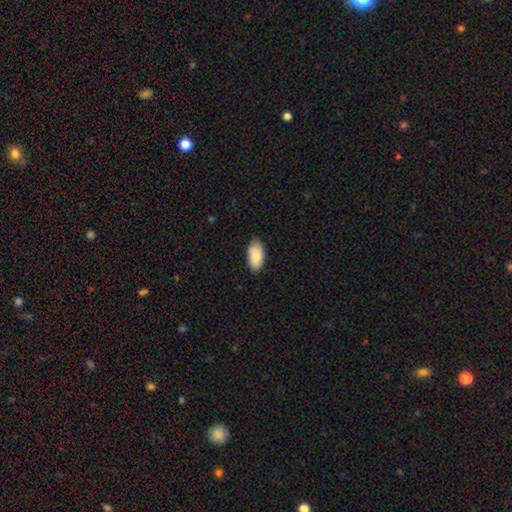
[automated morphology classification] smooth_or_featured: smooth (p=0.86) [alt: featured or disk p=0.08]
how_rounded: in between (p=0.95) [alt: cigar-shaped p=0.03]
merging: none (p=0.83) [alt: minor disturbance p=0.14]